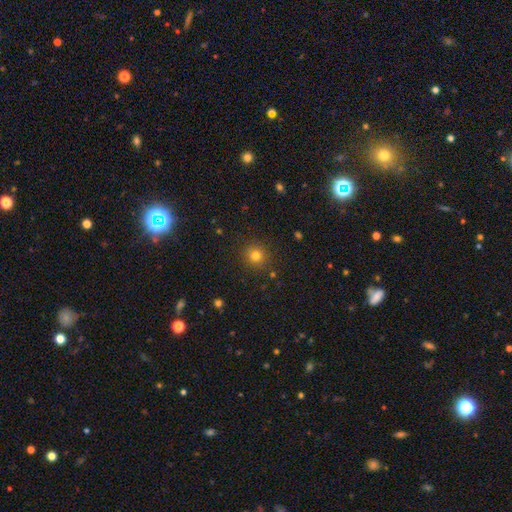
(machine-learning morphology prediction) Overall: smooth (79%). How rounded: round (92%). Merging: none (89%).